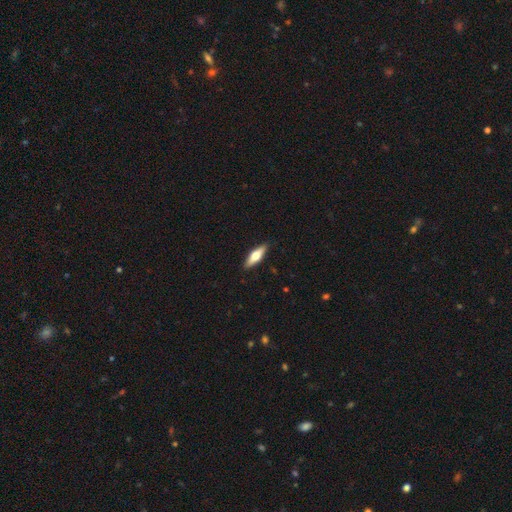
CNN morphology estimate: Smooth or featured? smooth (51%)
How rounded? cigar-shaped (51%)
Merging? none (90%)